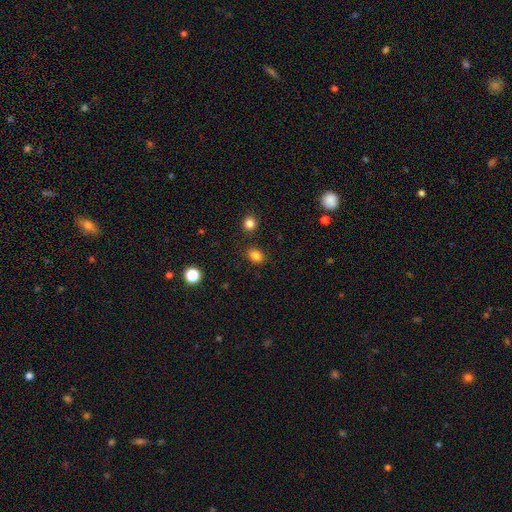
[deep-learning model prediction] This appears to be a smooth galaxy with no disk features (83%) that is in between round and cigar-shaped (56%). Merging: none (85%).